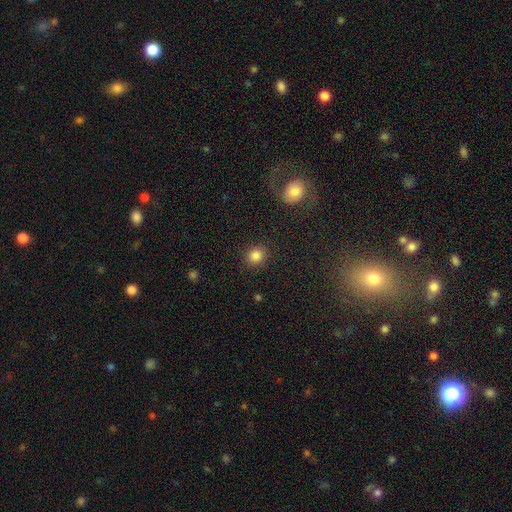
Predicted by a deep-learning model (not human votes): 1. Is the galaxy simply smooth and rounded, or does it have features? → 85% smooth, 11% star or artifact, 5% featured or disk.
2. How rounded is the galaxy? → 86% round, 13% in between, 1% cigar-shaped.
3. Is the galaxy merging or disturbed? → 89% none, 7% minor disturbance, 3% major disturbance, 2% merger.